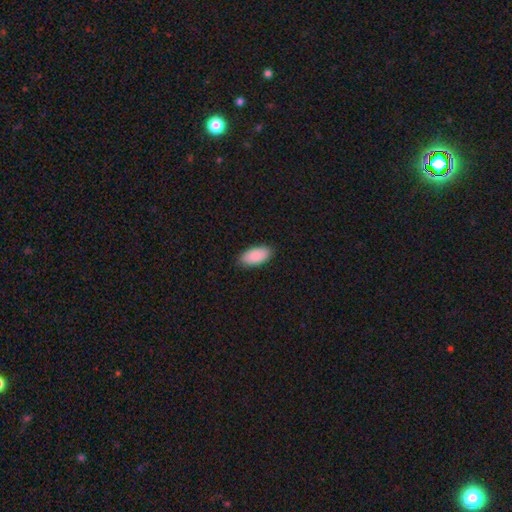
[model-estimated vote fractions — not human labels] Morphology: type=smooth (91%); roundness=in between (94%); merging=none (88%).